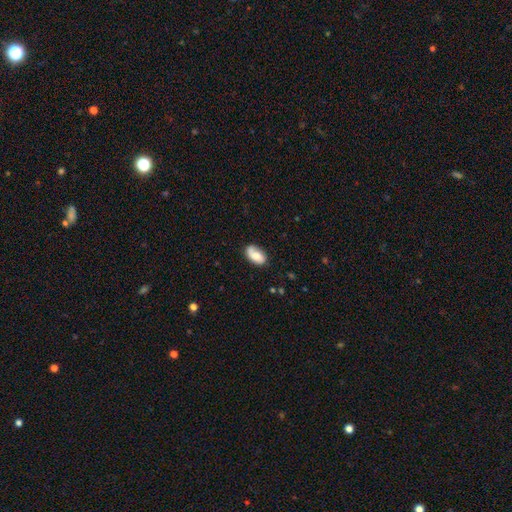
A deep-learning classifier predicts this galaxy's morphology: This appears to be a smooth galaxy with no disk features (68%) that is in between round and cigar-shaped (92%). Merging: none (62%).